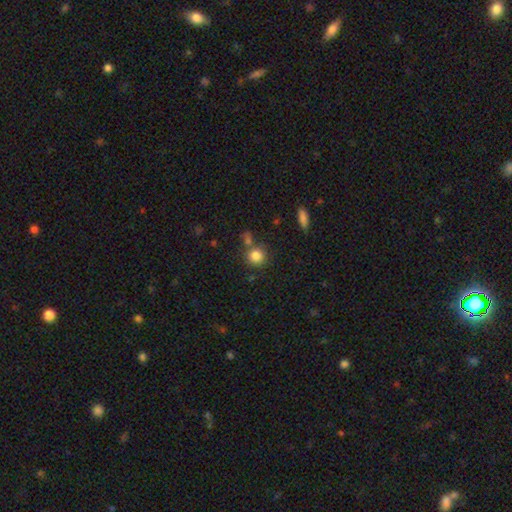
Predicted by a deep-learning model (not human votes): A smooth galaxy with no disk features (83%) that is round (90%). Merging: none (70%).